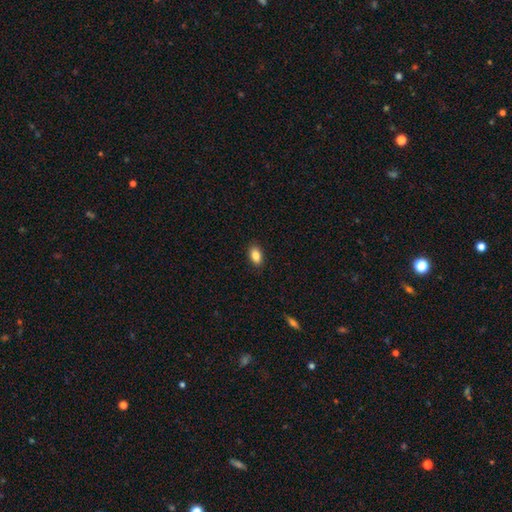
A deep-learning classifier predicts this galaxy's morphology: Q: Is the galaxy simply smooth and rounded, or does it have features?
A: smooth — 86%.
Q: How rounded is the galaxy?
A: in between — 90%.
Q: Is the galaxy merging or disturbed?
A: none — 89%.